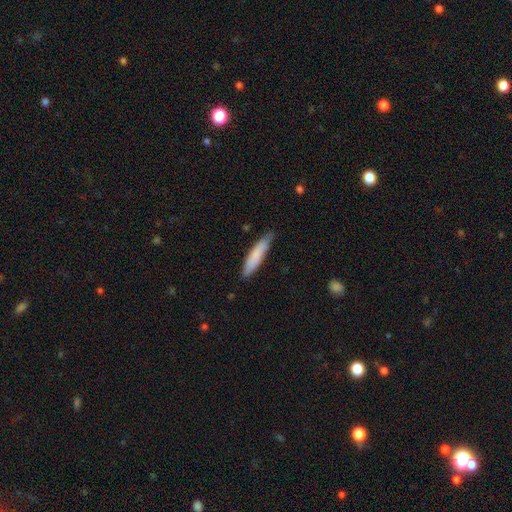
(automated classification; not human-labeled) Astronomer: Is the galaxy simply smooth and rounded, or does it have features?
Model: smooth — 78%.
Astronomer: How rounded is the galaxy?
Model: cigar-shaped — 82%.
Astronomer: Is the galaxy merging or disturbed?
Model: none — 76%.